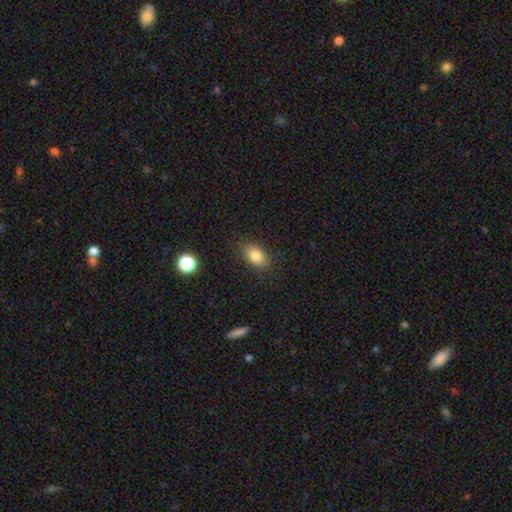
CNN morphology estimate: smooth_or_featured: smooth (p=0.81) [alt: star or artifact p=0.10]
how_rounded: in between (p=0.84) [alt: round p=0.13]
merging: none (p=0.84) [alt: minor disturbance p=0.11]